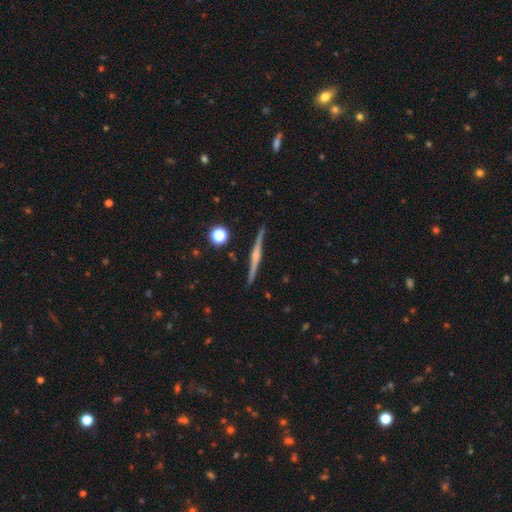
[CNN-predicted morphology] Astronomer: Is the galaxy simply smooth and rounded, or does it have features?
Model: featured or disk — 80%.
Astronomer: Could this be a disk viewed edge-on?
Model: yes — 99%.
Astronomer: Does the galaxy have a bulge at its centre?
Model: rounded — 71%.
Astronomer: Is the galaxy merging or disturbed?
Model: none — 92%.